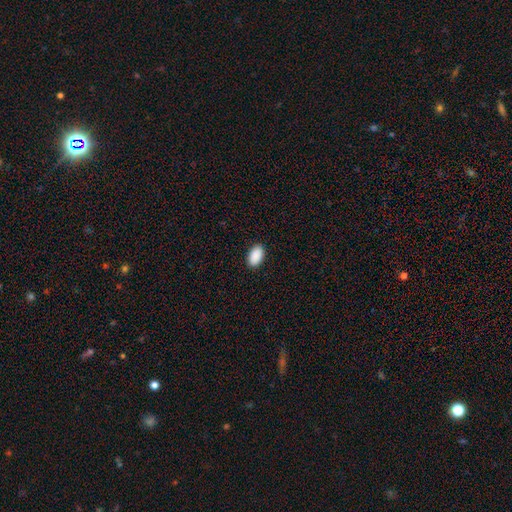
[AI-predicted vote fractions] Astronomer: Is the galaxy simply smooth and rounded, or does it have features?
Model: smooth — 91%.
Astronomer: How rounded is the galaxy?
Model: in between — 94%.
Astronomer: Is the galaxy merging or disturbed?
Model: none — 90%.